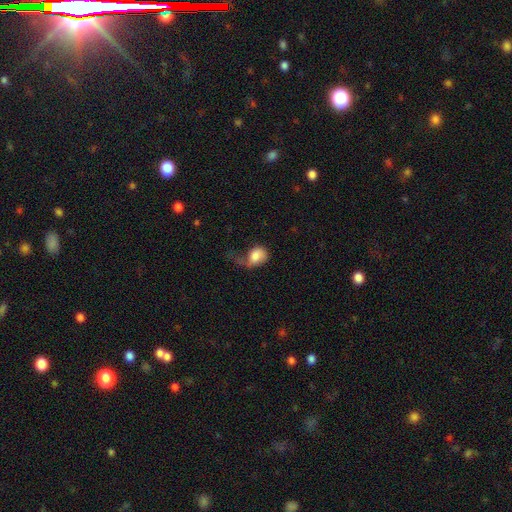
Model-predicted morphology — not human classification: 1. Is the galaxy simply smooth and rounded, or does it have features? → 74% smooth, 18% featured or disk, 8% star or artifact.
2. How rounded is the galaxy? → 63% in between, 35% round, 1% cigar-shaped.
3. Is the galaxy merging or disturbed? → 52% major disturbance, 25% minor disturbance, 19% none, 4% merger.